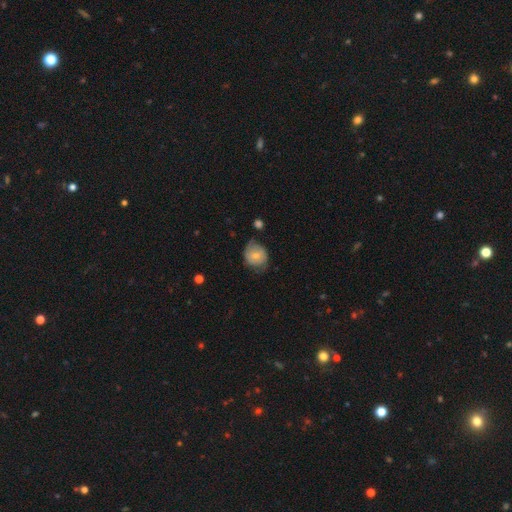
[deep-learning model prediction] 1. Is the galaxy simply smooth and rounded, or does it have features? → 53% smooth, 40% featured or disk, 7% star or artifact.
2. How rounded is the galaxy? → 70% round, 29% in between, 1% cigar-shaped.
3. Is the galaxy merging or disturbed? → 54% none, 32% minor disturbance, 12% major disturbance, 3% merger.